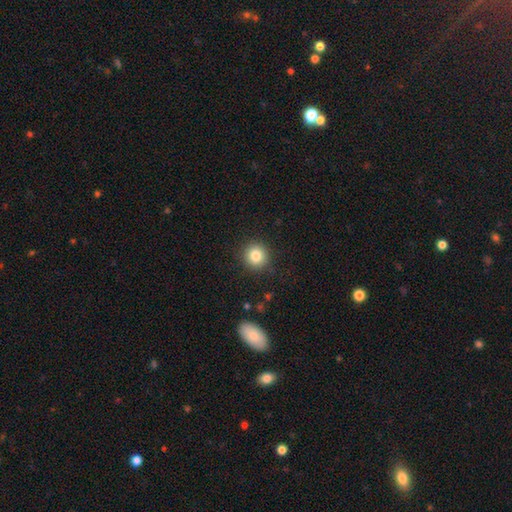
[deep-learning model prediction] Smooth or featured: smooth — 83% (star or artifact — 10%)
How rounded: round — 93% (in between — 6%)
Merging: none — 90% (minor disturbance — 7%)